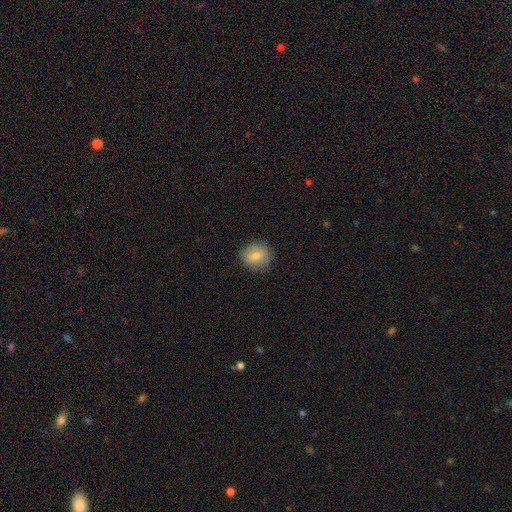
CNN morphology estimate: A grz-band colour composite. It shows a smooth galaxy with no disk features (77%) that is round (77%). Merging: none (83%).